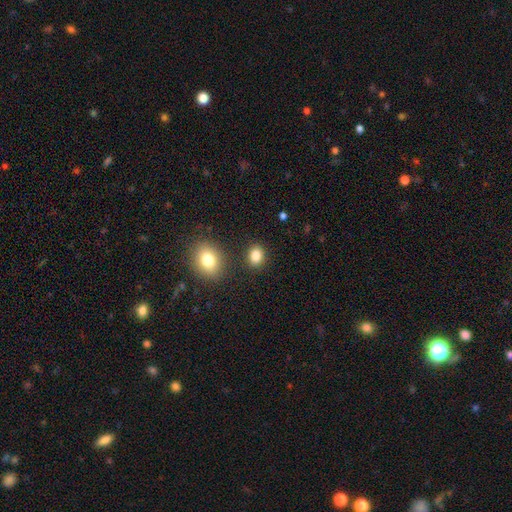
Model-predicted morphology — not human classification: type=smooth (84%); roundness=round (52%); merging=none (84%).